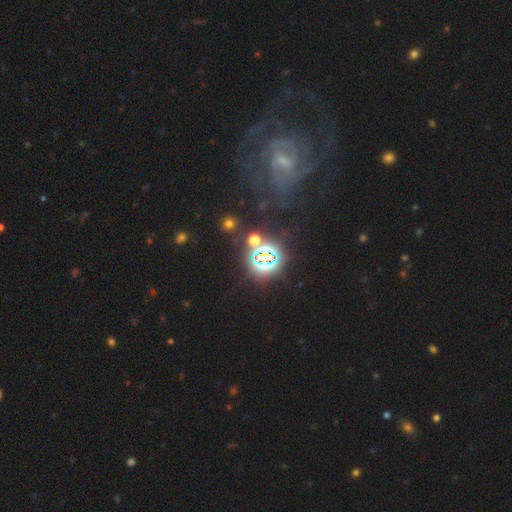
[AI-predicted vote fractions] The model was most divided on "smooth or featured": star or artifact: 69%, smooth: 19%, featured or disk: 12%.